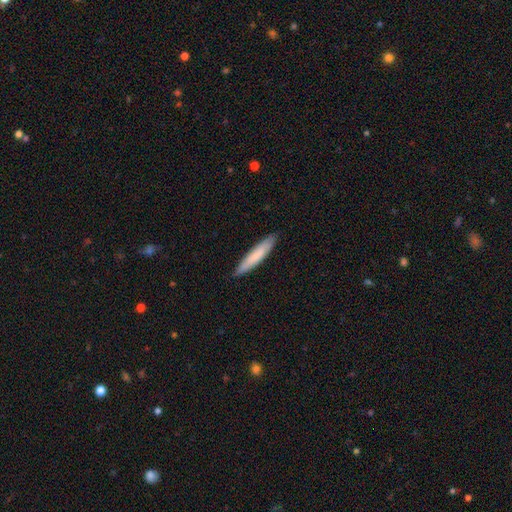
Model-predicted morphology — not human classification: A smooth galaxy with no disk features (76%) that is cigar-shaped (90%).

Vote fractions:
- Smooth or featured? smooth: 76% / featured or disk: 19% / star or artifact: 6%
- How rounded? cigar-shaped: 90% / in between: 9% / round: 1%
- Merging? none: 88% / minor disturbance: 10% / major disturbance: 2% / merger: 1%